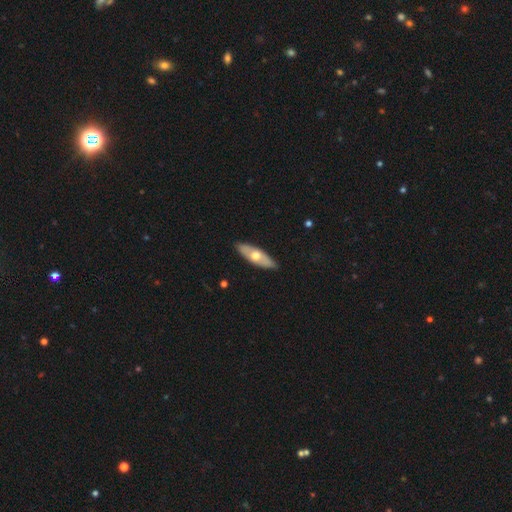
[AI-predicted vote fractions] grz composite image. It shows a smooth galaxy with no disk features (49%). Merging: none (87%).